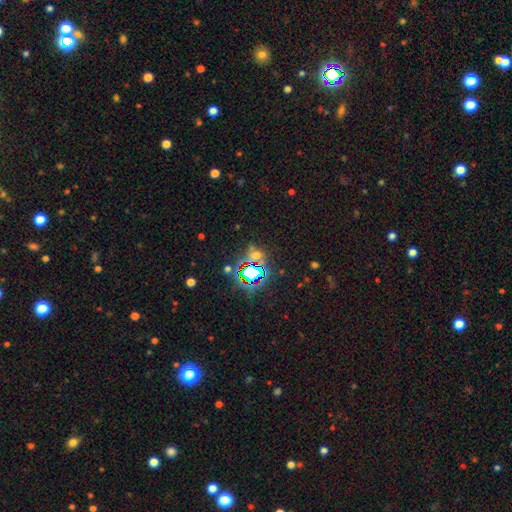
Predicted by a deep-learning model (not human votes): A star or artifact, not a galaxy (63%).